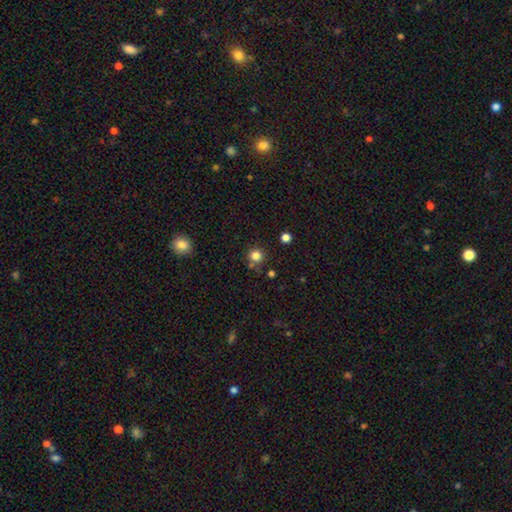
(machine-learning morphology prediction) Smooth or featured?
  - smooth: 81% *
  - star or artifact: 14%
  - featured or disk: 5%
How rounded?
  - round: 94% *
  - in between: 5%
  - cigar-shaped: 1%
Merging?
  - none: 78% *
  - minor disturbance: 10%
  - merger: 8%
  - major disturbance: 3%